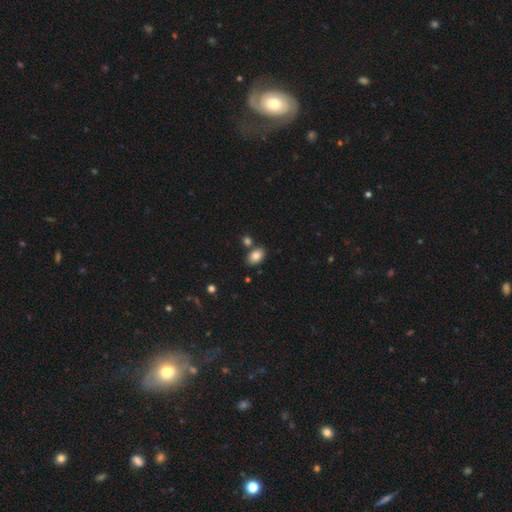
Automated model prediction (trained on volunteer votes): Overall: smooth (83%). How rounded: in between (88%). Merging: none (75%).